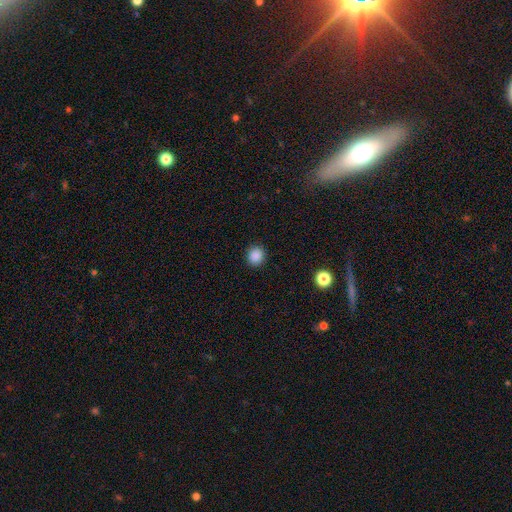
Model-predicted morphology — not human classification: smooth 87%, star or artifact 10%, featured or disk 3%. Down the decision tree: how rounded — round (85%); merging — none (90%).